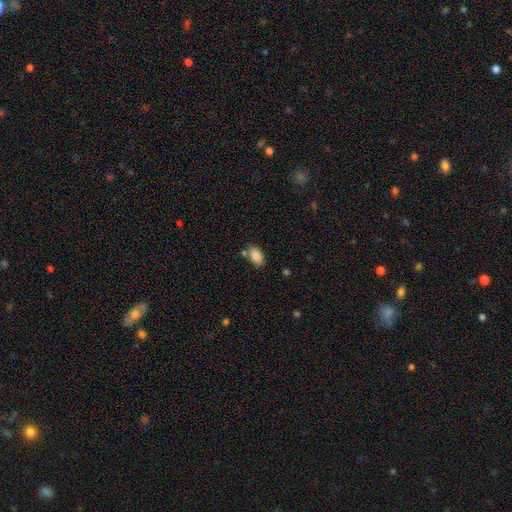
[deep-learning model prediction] Smooth or featured? Predicted: smooth (p=0.87). How rounded? Predicted: in between (p=0.92). Merging? Predicted: none (p=0.74).